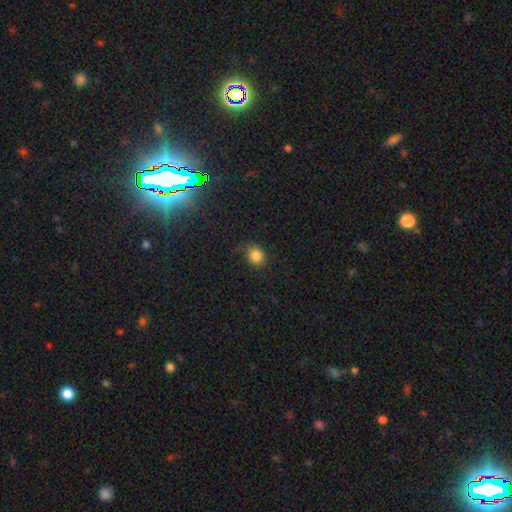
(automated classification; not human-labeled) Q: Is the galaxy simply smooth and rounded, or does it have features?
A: smooth — 82%.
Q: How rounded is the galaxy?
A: round — 71%.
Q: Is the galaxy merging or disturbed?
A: none — 74%.